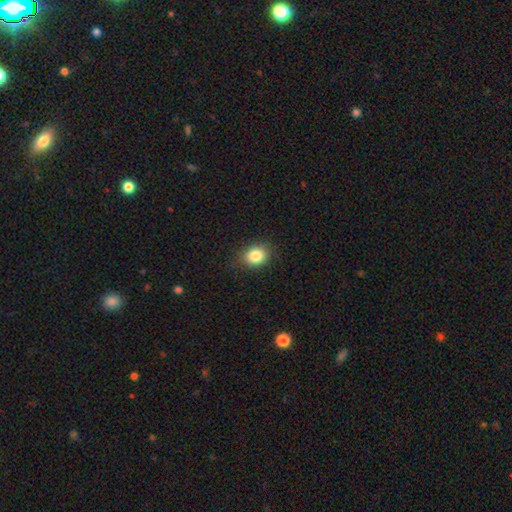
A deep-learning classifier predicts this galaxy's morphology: Smooth or featured? Predicted: smooth (p=0.84). How rounded? Predicted: round (p=0.59). Merging? Predicted: none (p=0.83).